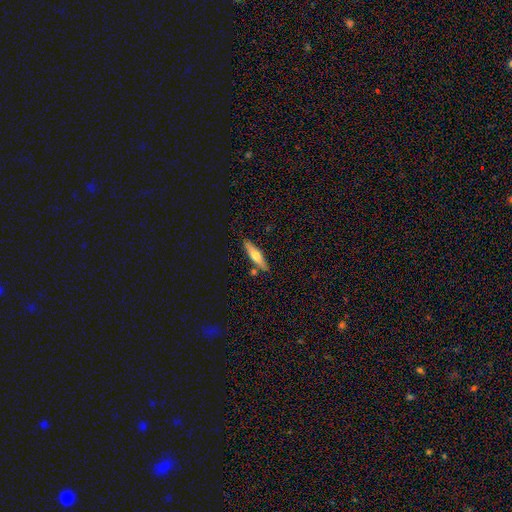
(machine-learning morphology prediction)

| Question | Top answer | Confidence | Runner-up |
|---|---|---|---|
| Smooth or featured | smooth | 54% | featured or disk (40%) |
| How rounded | cigar-shaped | 71% | in between (27%) |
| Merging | none | 82% | minor disturbance (11%) |